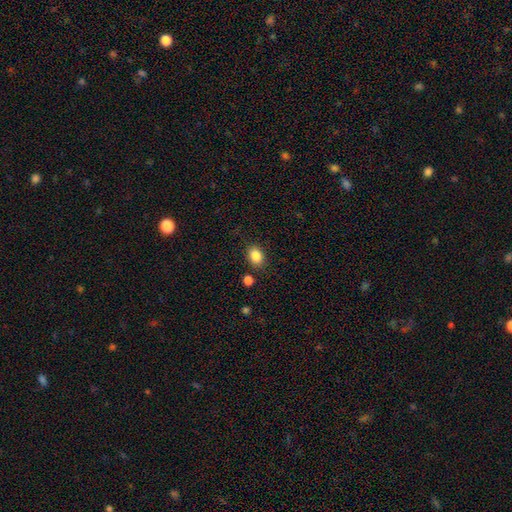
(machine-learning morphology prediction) smooth_or_featured: smooth (p=0.85) [alt: star or artifact p=0.10]
how_rounded: in between (p=0.69) [alt: round p=0.30]
merging: none (p=0.83) [alt: minor disturbance p=0.10]